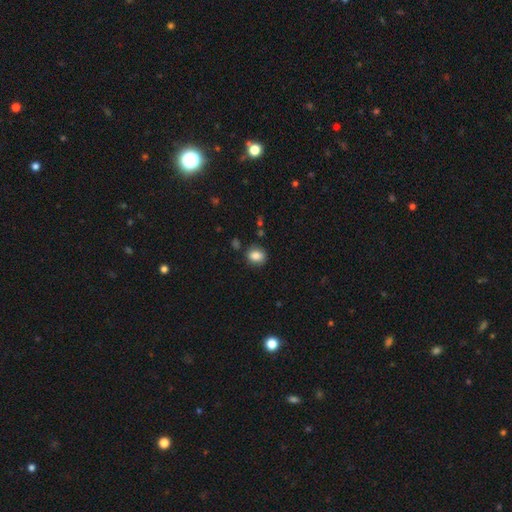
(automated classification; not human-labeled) Morphology: type=smooth (84%); roundness=round (59%); merging=none (83%).